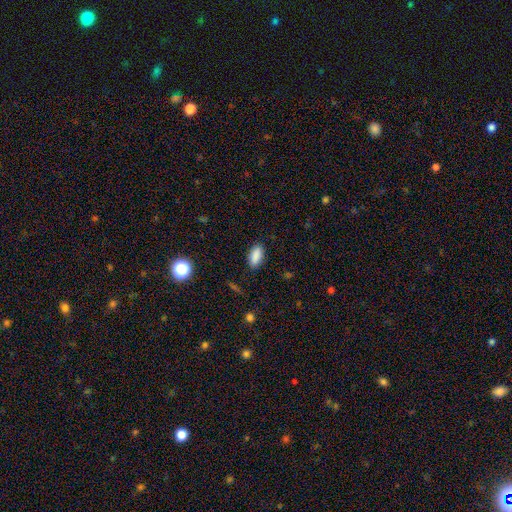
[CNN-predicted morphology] Smooth or featured? Predicted: smooth (p=0.88). How rounded? Predicted: in between (p=0.90). Merging? Predicted: none (p=0.87).